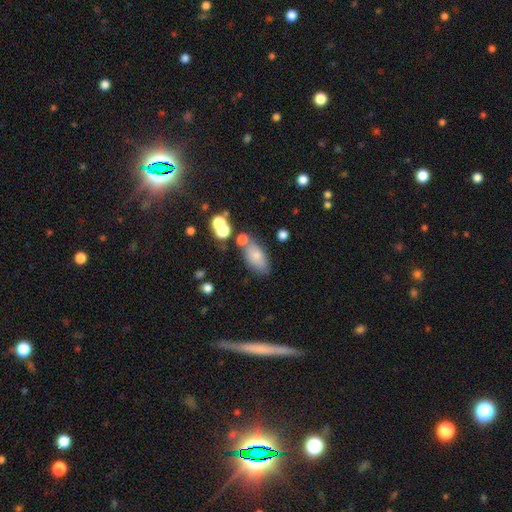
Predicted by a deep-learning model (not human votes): This appears to be a smooth galaxy with no disk features (75%) that is in between round and cigar-shaped (87%). Merging: none (62%).